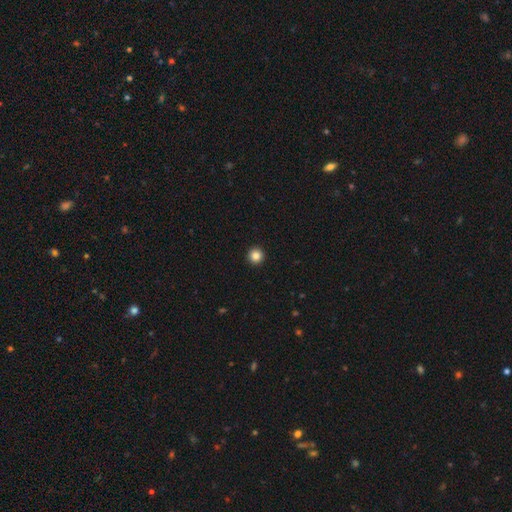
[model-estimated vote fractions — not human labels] A smooth galaxy with no disk features (85%) that is round (96%). Merging: none (94%).